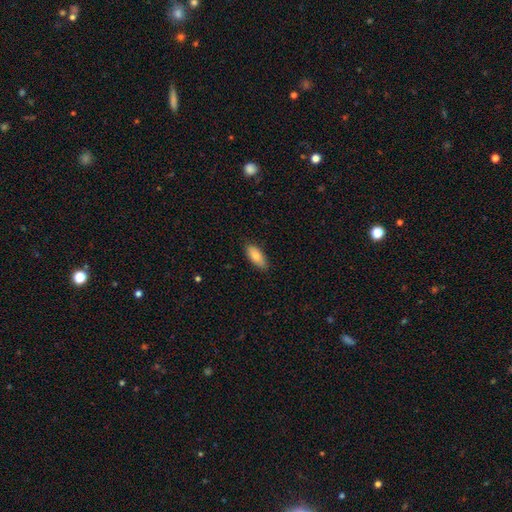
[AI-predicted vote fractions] Overall: smooth (83%). How rounded: in between (81%). Merging: none (86%).